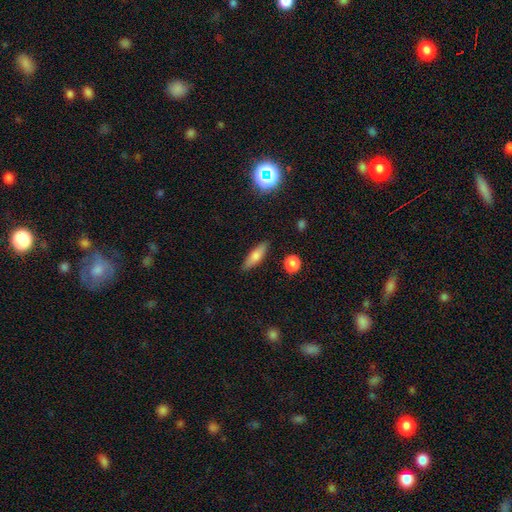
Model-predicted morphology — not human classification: Smooth or featured: smooth — 69% (featured or disk — 23%)
How rounded: cigar-shaped — 55% (in between — 42%)
Merging: none — 86% (minor disturbance — 10%)